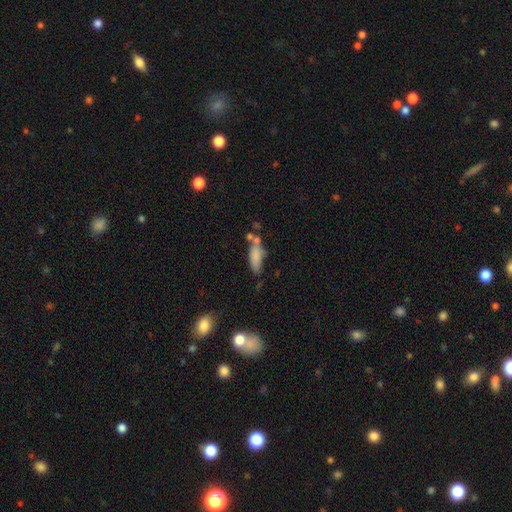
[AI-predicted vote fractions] A smooth galaxy with no disk features (78%) that is in between round and cigar-shaped (62%). Merging: none (47%).